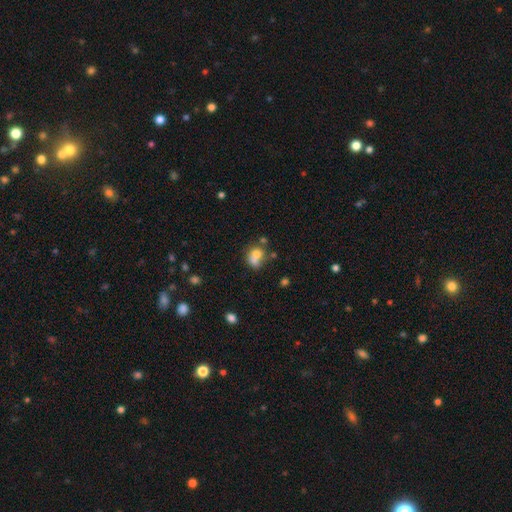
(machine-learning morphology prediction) type=smooth (70%); roundness=round (57%); merging=merger (47%).